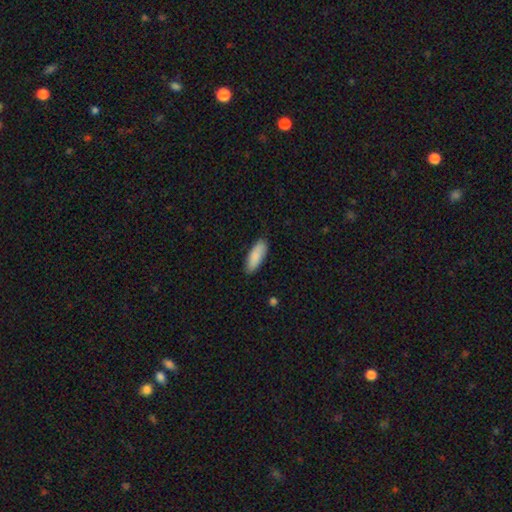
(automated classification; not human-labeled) smooth_or_featured: smooth (p=0.88) [alt: featured or disk p=0.06]
how_rounded: in between (p=0.66) [alt: cigar-shaped p=0.32]
merging: none (p=0.87) [alt: minor disturbance p=0.11]